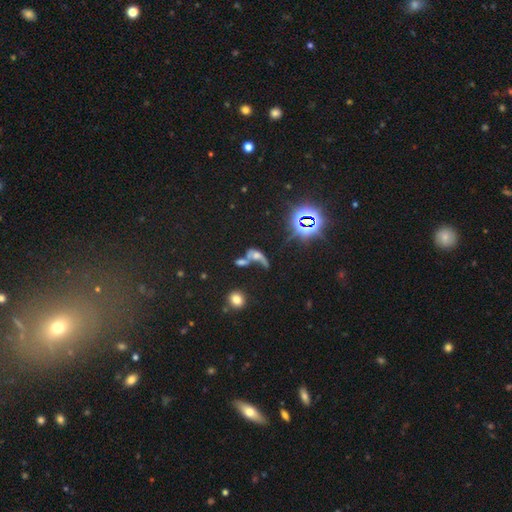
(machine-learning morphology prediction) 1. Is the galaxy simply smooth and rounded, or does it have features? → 35% smooth (tied), 35% featured or disk (tied), 30% star or artifact.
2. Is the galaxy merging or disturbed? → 56% merger, 18% none, 17% major disturbance, 9% minor disturbance.